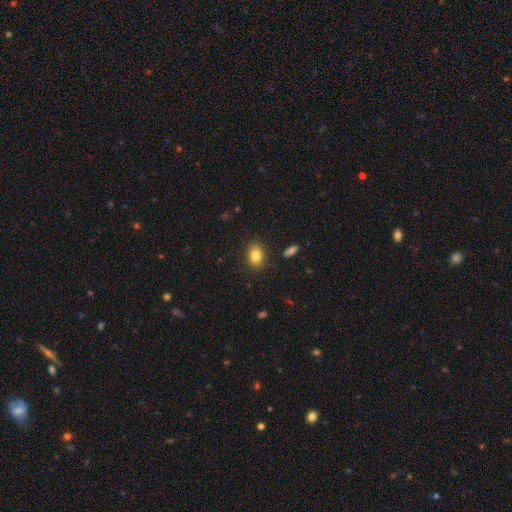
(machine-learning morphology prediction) This appears to be a smooth galaxy with no disk features (83%) that is in between round and cigar-shaped (73%). Merging: none (87%).